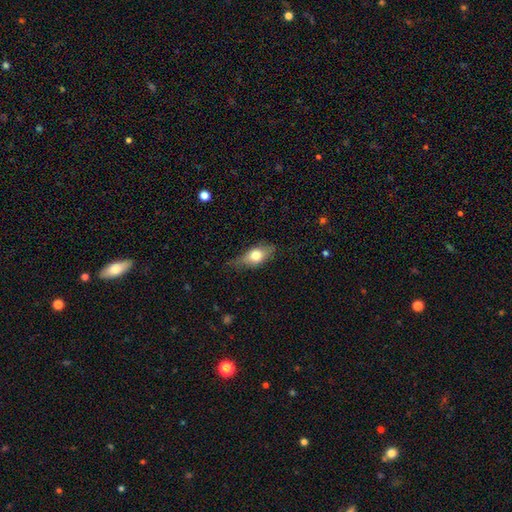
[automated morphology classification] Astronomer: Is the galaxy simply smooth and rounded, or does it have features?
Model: smooth — 66%.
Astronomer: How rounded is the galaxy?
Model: in between — 79%.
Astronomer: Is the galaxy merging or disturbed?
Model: none — 64%.